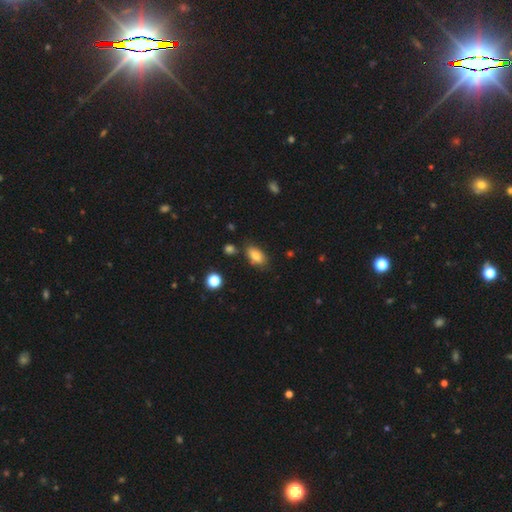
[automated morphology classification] Smooth or featured?
  - smooth: 80% *
  - featured or disk: 11%
  - star or artifact: 9%
How rounded?
  - in between: 89% *
  - round: 6%
  - cigar-shaped: 5%
Merging?
  - none: 75% *
  - minor disturbance: 17%
  - merger: 4%
  - major disturbance: 3%